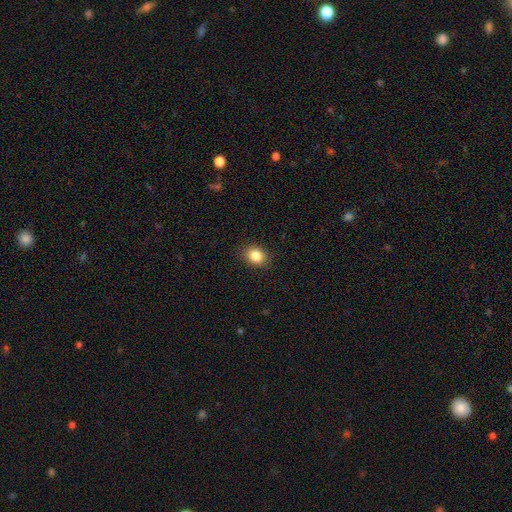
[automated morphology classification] smooth-or-featured: smooth: 85% | star or artifact: 10% | featured or disk: 5%
  how-rounded: round: 53% | in between: 46% | cigar-shaped: 1%
  merging: none: 88% | minor disturbance: 9% | major disturbance: 2% | merger: 1%